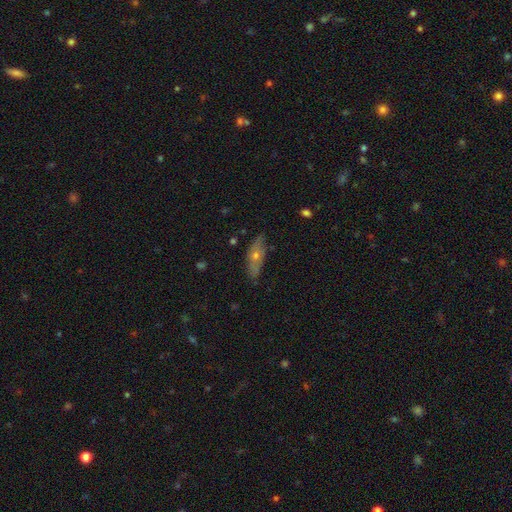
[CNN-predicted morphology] Smooth or featured: featured or disk — 50% (smooth — 42%)
Merging: none — 79% (minor disturbance — 16%)